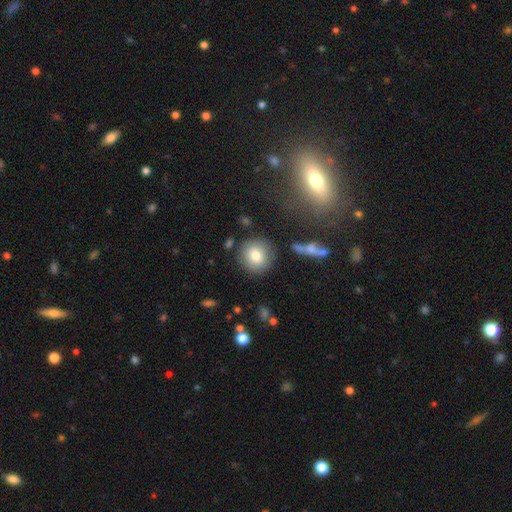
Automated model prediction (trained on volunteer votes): Smooth or featured?
  - smooth: 79% *
  - featured or disk: 12%
  - star or artifact: 9%
How rounded?
  - round: 91% *
  - in between: 8%
  - cigar-shaped: 1%
Merging?
  - none: 84% *
  - minor disturbance: 9%
  - merger: 4%
  - major disturbance: 3%